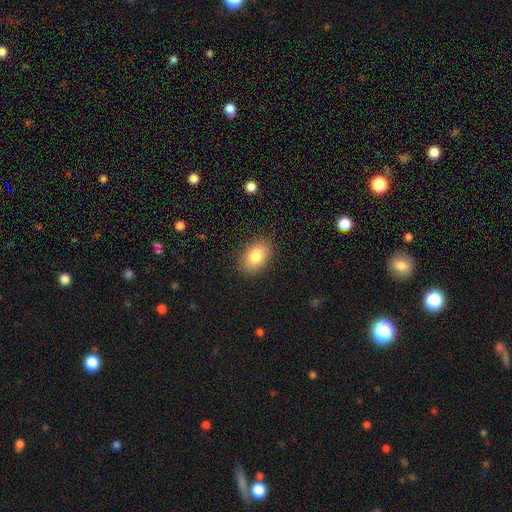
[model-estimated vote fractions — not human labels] Q: Smooth or featured?
A: smooth (82%); runner-up: featured or disk (10%)
Q: How rounded?
A: in between (85%); runner-up: round (13%)
Q: Merging?
A: none (87%); runner-up: minor disturbance (9%)